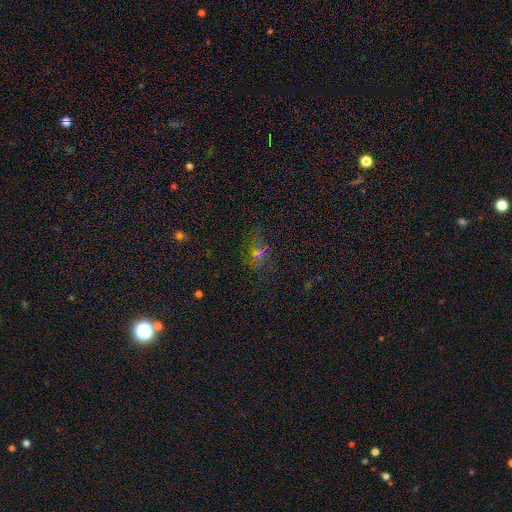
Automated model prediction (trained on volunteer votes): Smooth or featured? star or artifact (52%)